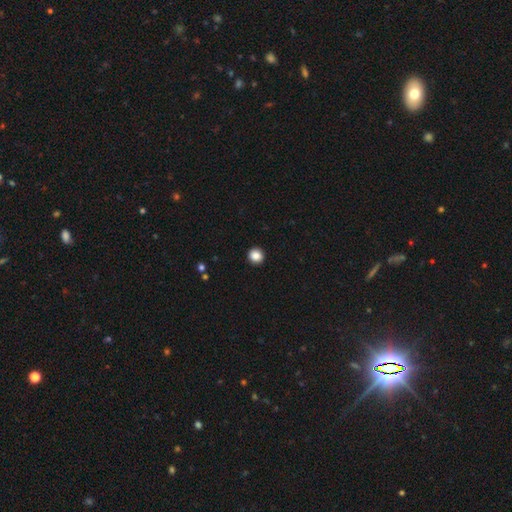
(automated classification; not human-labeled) Smooth or featured: smooth — 87% (star or artifact — 10%)
How rounded: round — 93% (in between — 6%)
Merging: none — 94% (minor disturbance — 4%)